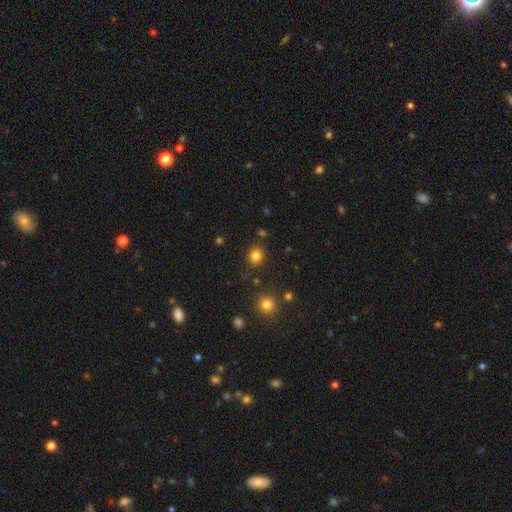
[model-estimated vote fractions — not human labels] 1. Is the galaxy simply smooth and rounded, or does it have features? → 82% smooth, 13% star or artifact, 5% featured or disk.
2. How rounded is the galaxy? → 86% round, 13% in between, 1% cigar-shaped.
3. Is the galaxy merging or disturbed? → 87% none, 7% minor disturbance, 3% merger, 3% major disturbance.